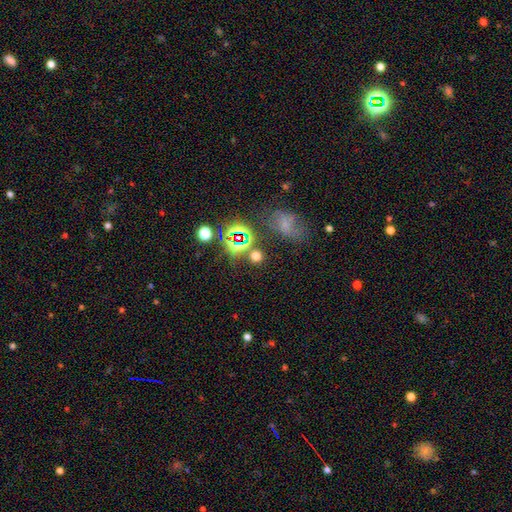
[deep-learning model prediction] smooth 57%, star or artifact 35%, featured or disk 8%. Down the decision tree: how rounded — round (80%); merging — none (73%).